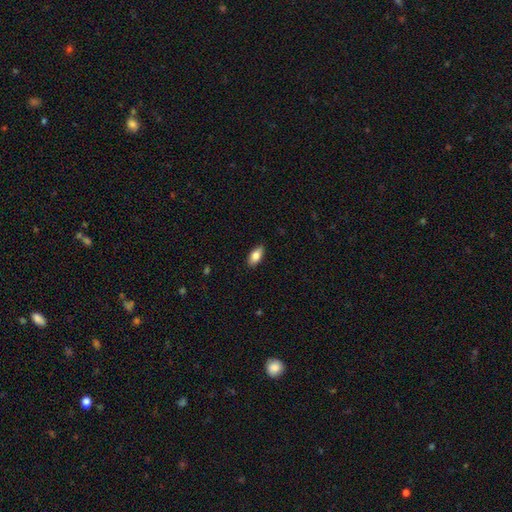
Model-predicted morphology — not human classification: type=smooth (82%); roundness=in between (89%); merging=none (88%).